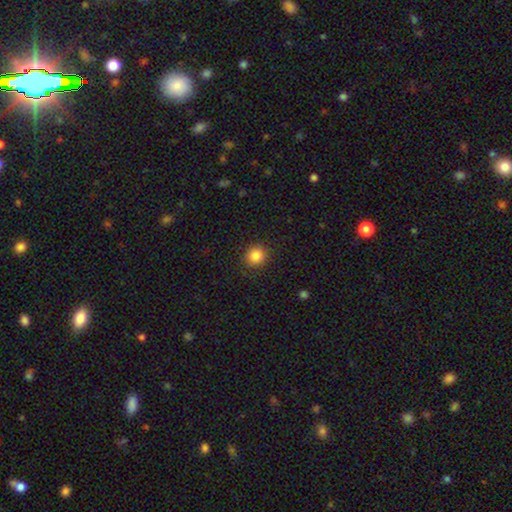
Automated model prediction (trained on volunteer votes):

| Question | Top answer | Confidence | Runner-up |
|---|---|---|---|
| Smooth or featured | smooth | 84% | star or artifact (11%) |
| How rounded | round | 88% | in between (11%) |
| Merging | none | 90% | minor disturbance (7%) |